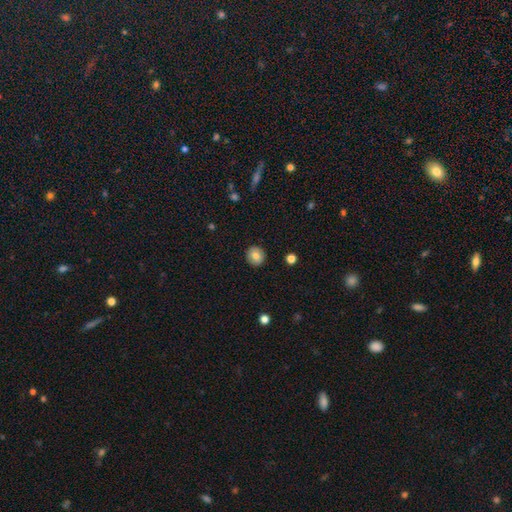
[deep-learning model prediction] This appears to be a smooth galaxy with no disk features (80%) that is round (91%). Merging: none (91%).